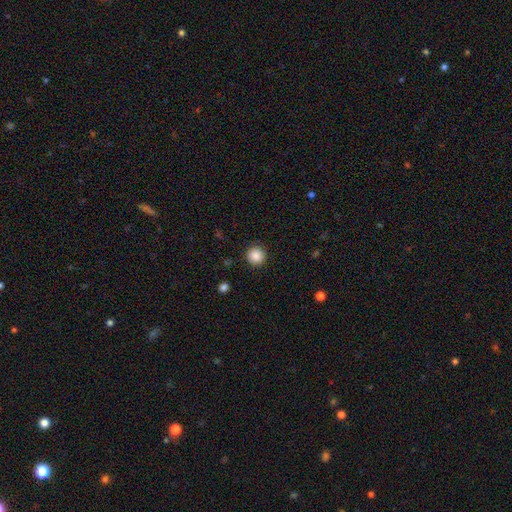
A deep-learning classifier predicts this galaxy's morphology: Overall: smooth (88%). How rounded: round (95%). Merging: none (92%).